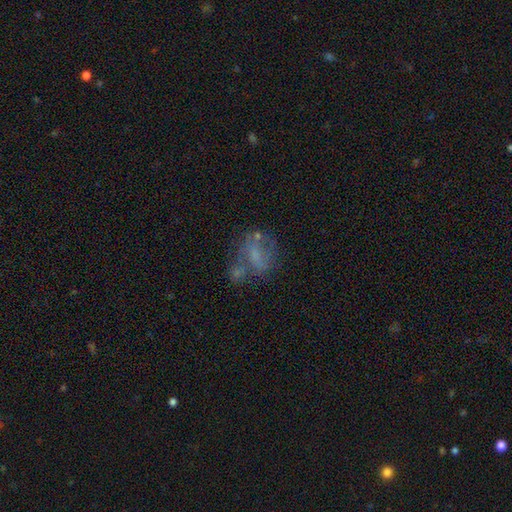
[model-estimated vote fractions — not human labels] Overall: featured or disk (49%; smooth 36%). Merging: none (37%; merger 23%).